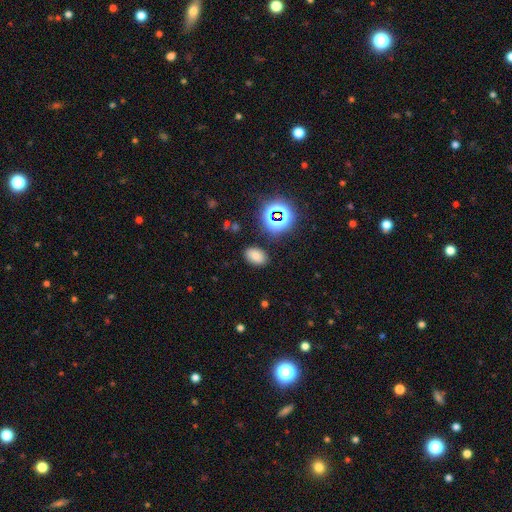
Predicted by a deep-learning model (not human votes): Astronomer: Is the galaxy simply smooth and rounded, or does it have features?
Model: smooth — 72%.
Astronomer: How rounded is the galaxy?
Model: in between — 84%.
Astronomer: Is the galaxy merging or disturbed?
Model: none — 85%.